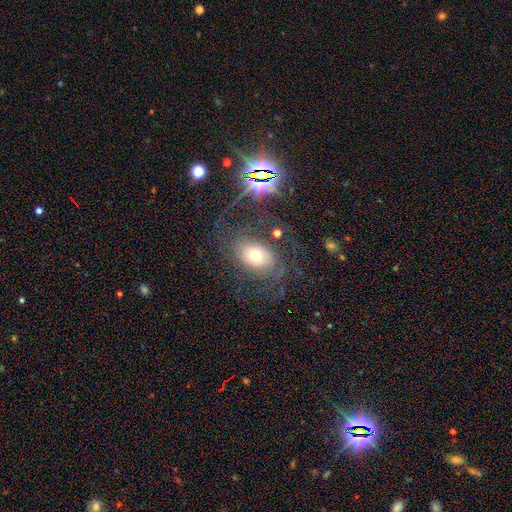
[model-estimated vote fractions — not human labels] smooth_or_featured: featured or disk (p=0.53) [alt: smooth p=0.29]
disk_edge_on: no (p=0.94) [alt: yes p=0.06]
bar: no (p=0.77) [alt: weak p=0.17]
has_spiral_arms: yes (p=0.78) [alt: no p=0.22]
bulge_size: moderate (p=0.57) [alt: small p=0.22]
merging: none (p=0.60) [alt: major disturbance p=0.20]